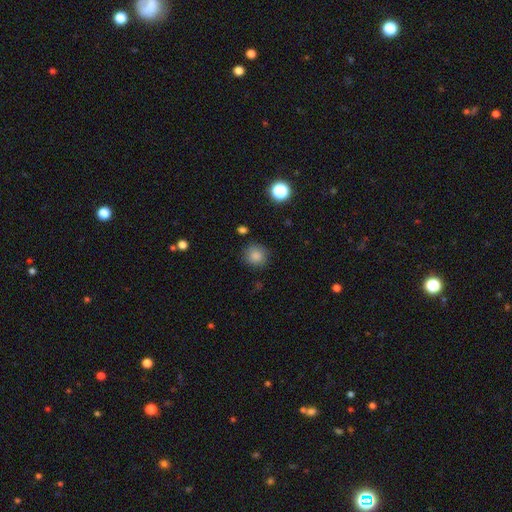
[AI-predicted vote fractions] Smooth or featured? Predicted: smooth (p=0.84). How rounded? Predicted: round (p=0.90). Merging? Predicted: none (p=0.83).